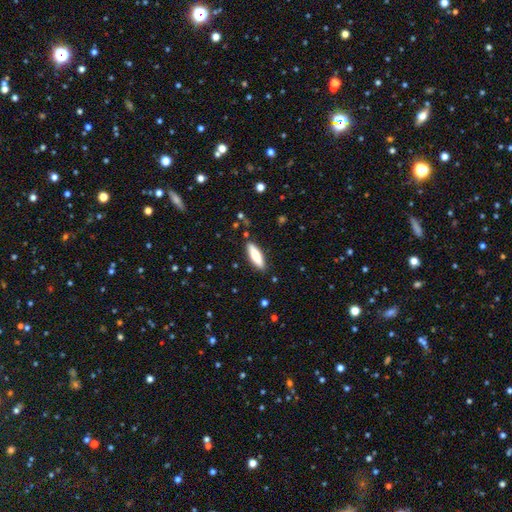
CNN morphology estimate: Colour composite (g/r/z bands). It shows a smooth galaxy with no disk features (70%) that is cigar-shaped (53%). Merging: none (87%).